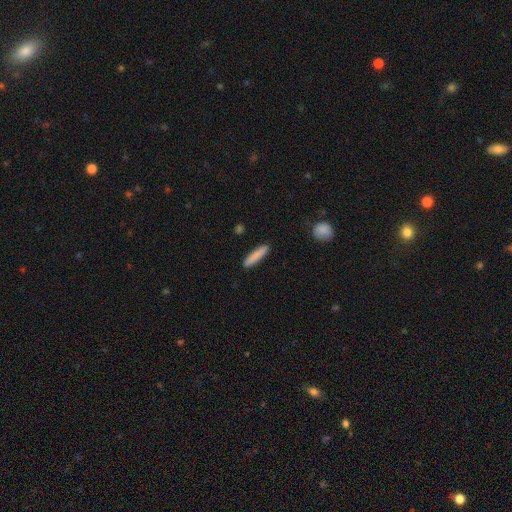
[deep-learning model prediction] Smooth or featured?
  - smooth: 84% *
  - featured or disk: 10%
  - star or artifact: 6%
How rounded?
  - cigar-shaped: 89% *
  - in between: 10%
  - round: 1%
Merging?
  - none: 90% *
  - minor disturbance: 7%
  - major disturbance: 2%
  - merger: 1%